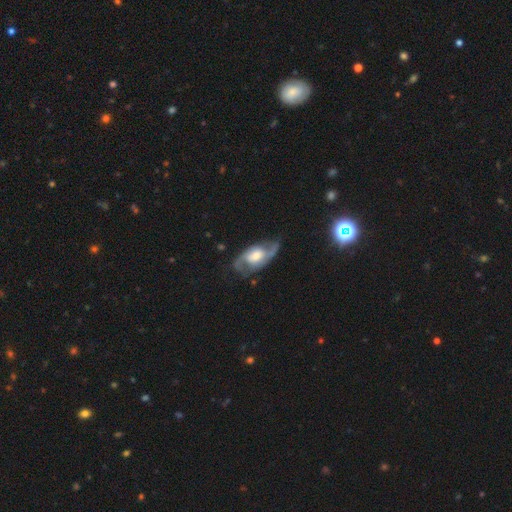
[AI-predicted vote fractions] Q: Smooth or featured?
A: featured or disk (81%); runner-up: smooth (13%)
Q: Edge-on disk?
A: no (94%); runner-up: yes (6%)
Q: Bar?
A: no (50%); runner-up: weak (39%)
Q: Spiral arms?
A: yes (92%); runner-up: no (8%)
Q: Spiral winding?
A: medium (48%); runner-up: loose (34%)
Q: Spiral arm count?
A: 2 (86%); runner-up: can't tell (7%)
Q: Bulge size?
A: moderate (49%); runner-up: large (27%)
Q: Merging?
A: none (65%); runner-up: minor disturbance (21%)